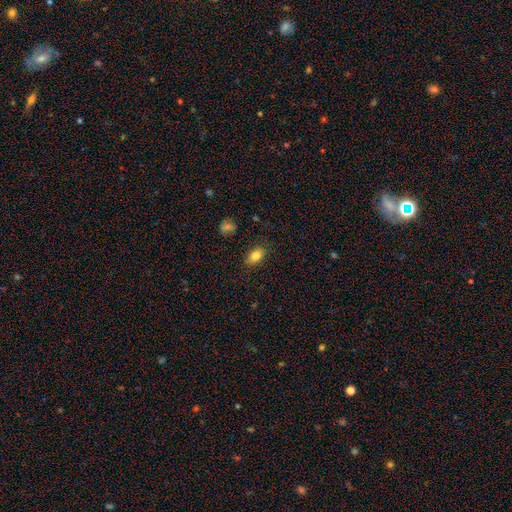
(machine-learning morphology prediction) A smooth galaxy with no disk features (83%) that is in between round and cigar-shaped (86%).

Vote fractions:
- Smooth or featured? smooth: 83% / star or artifact: 9% / featured or disk: 8%
- How rounded? in between: 86% / round: 11% / cigar-shaped: 3%
- Merging? none: 85% / minor disturbance: 11% / major disturbance: 3% / merger: 1%